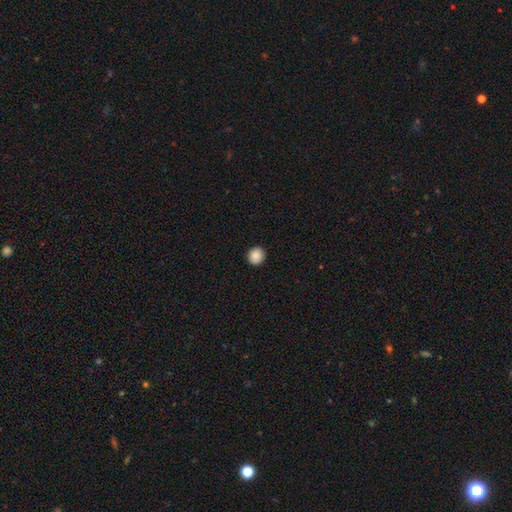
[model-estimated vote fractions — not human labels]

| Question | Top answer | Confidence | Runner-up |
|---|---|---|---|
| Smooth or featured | smooth | 87% | star or artifact (9%) |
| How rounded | round | 89% | in between (10%) |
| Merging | none | 92% | minor disturbance (6%) |